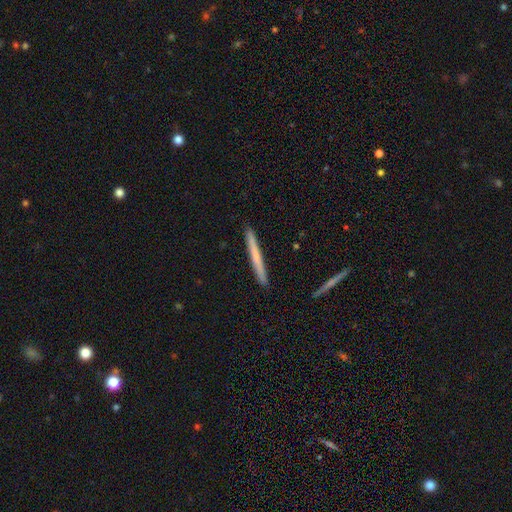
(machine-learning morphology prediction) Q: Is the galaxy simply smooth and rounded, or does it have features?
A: smooth — 61%.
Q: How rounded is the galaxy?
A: cigar-shaped — 97%.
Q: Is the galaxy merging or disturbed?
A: none — 92%.